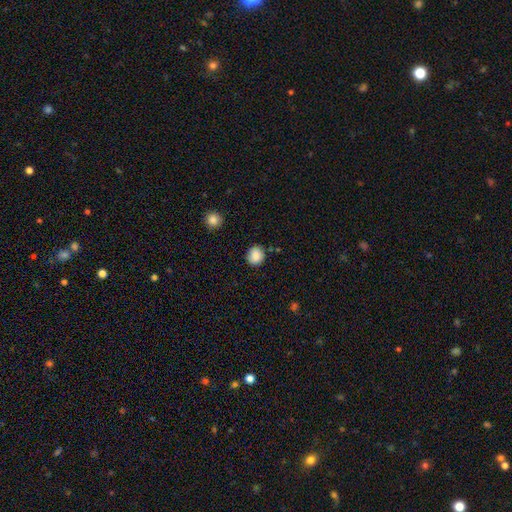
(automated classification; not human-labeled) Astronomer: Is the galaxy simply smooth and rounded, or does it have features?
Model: smooth — 85%.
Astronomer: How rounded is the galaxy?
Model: round — 78%.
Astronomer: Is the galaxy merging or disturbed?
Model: none — 84%.